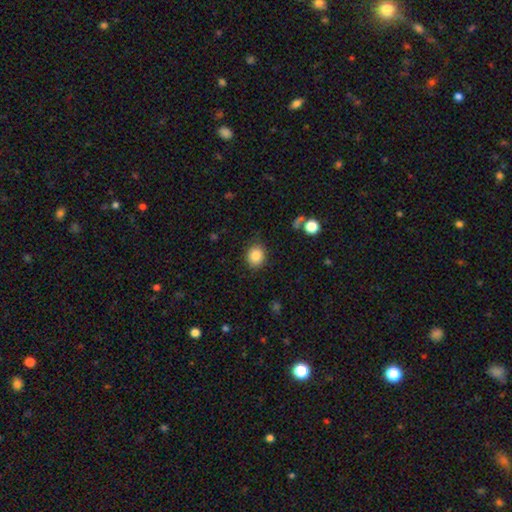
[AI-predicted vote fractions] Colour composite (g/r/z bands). It shows a smooth galaxy with no disk features (85%) that is round (68%). Merging: none (86%).